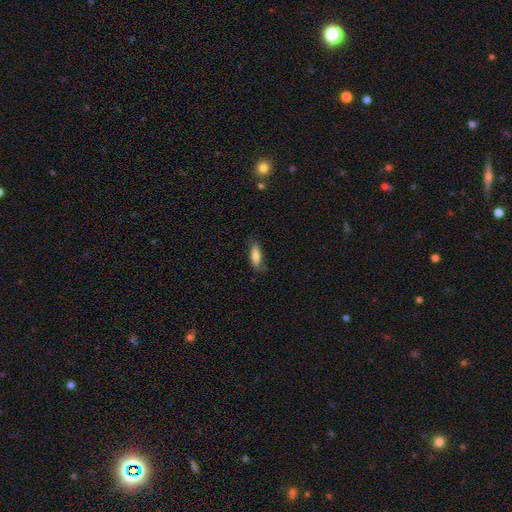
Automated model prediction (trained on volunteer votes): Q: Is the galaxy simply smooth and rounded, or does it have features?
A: smooth — 77%.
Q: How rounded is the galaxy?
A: in between — 58%.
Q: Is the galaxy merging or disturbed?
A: none — 72%.